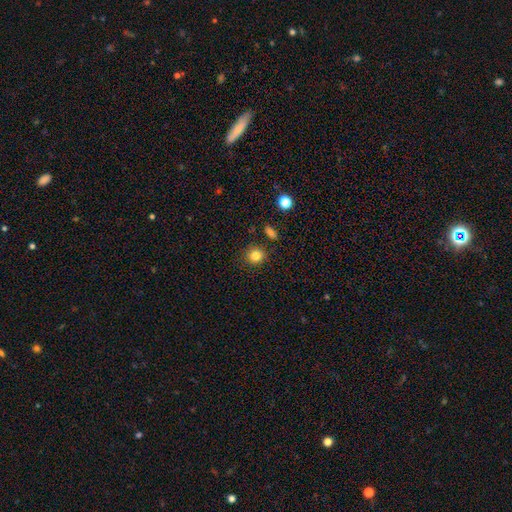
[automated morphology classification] A smooth galaxy with no disk features (83%) that is round (85%).

Vote fractions:
- Smooth or featured? smooth: 83% / star or artifact: 11% / featured or disk: 6%
- How rounded? round: 85% / in between: 14% / cigar-shaped: 1%
- Merging? none: 86% / minor disturbance: 8% / merger: 3% / major disturbance: 2%